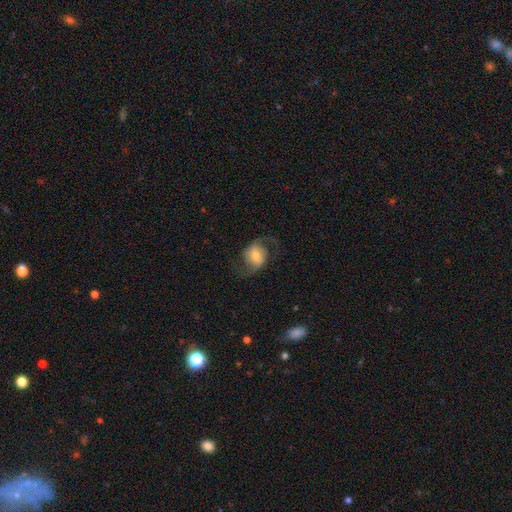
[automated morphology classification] Smooth or featured?
  - featured or disk: 70% *
  - smooth: 23%
  - star or artifact: 7%
Edge-on disk?
  - no: 97% *
  - yes: 3%
Bar?
  - no: 44% *
  - weak: 38%
  - strong: 18%
Spiral arms?
  - yes: 92% *
  - no: 8%
Spiral winding?
  - loose: 57% *
  - medium: 36%
  - tight: 7%
Spiral arm count?
  - 2: 92% *
  - can't tell: 3%
  - 1: 2%
  - 3: 1%
  - 4: 1%
  - more than 4: 1%
Bulge size?
  - moderate: 42% *
  - small: 38%
  - large: 12%
  - dominant: 4%
  - none: 4%
Merging?
  - none: 69% *
  - minor disturbance: 15%
  - major disturbance: 15%
  - merger: 1%